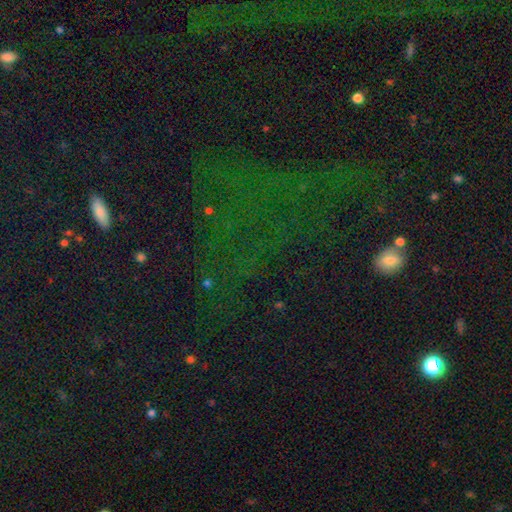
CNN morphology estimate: Smooth or featured?
  - star or artifact: 64% *
  - smooth: 23%
  - featured or disk: 12%